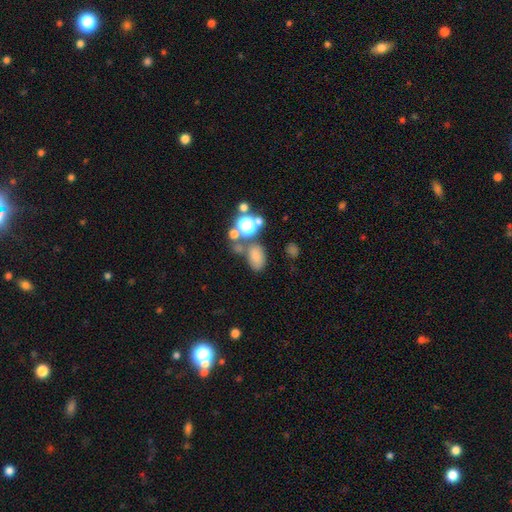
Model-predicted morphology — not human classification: Smooth or featured? Predicted: smooth (p=0.70). How rounded? Predicted: in between (p=0.77). Merging? Predicted: none (p=0.53).